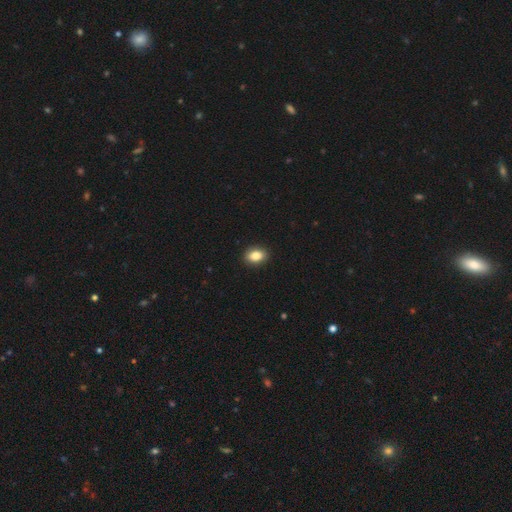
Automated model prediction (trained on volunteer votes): This appears to be a smooth galaxy with no disk features (85%) that is in between round and cigar-shaped (80%). Merging: none (91%).